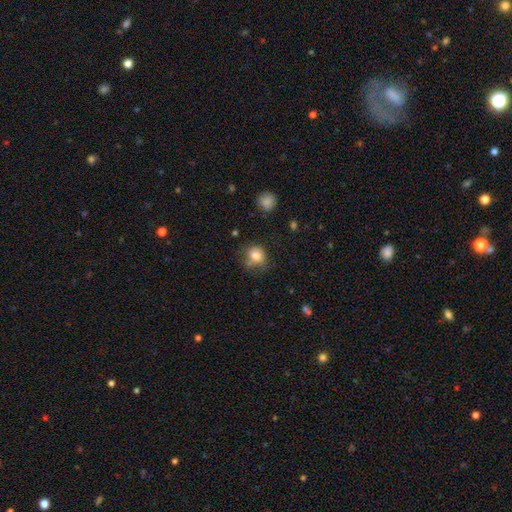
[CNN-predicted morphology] Q: Smooth or featured?
A: smooth (80%); runner-up: star or artifact (11%)
Q: How rounded?
A: round (66%); runner-up: in between (34%)
Q: Merging?
A: none (56%); runner-up: minor disturbance (28%)